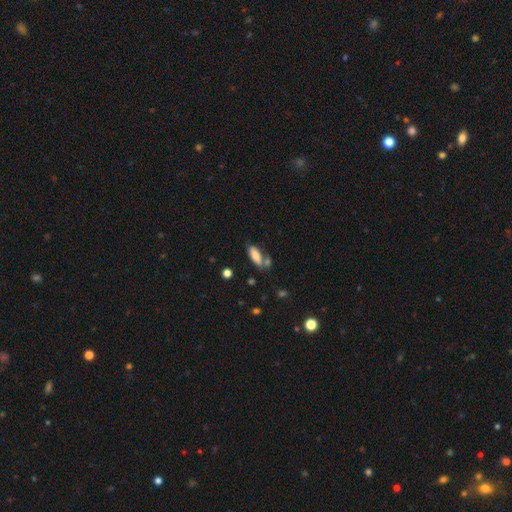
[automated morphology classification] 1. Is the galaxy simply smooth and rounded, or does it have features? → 81% smooth, 12% featured or disk, 7% star or artifact.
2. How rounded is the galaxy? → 72% in between, 26% cigar-shaped, 2% round.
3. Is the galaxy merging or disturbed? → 56% none, 20% merger, 18% minor disturbance, 5% major disturbance.